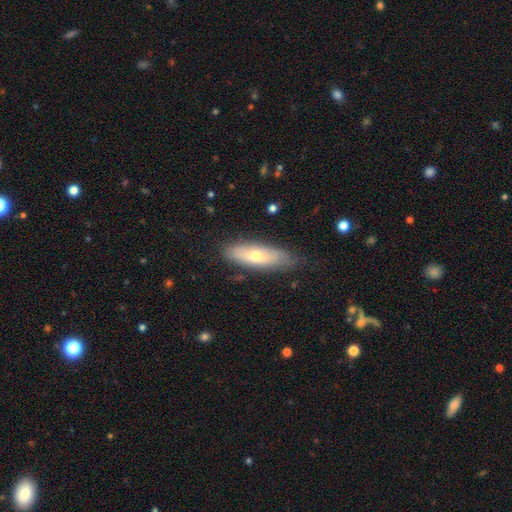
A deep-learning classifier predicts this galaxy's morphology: type=smooth (56%); roundness=in between (51%); merging=none (78%).